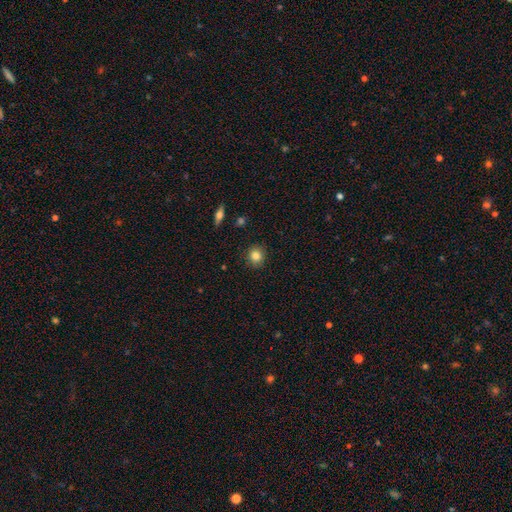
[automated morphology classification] Q: Smooth or featured?
A: smooth (83%); runner-up: star or artifact (10%)
Q: How rounded?
A: round (84%); runner-up: in between (15%)
Q: Merging?
A: none (89%); runner-up: minor disturbance (8%)